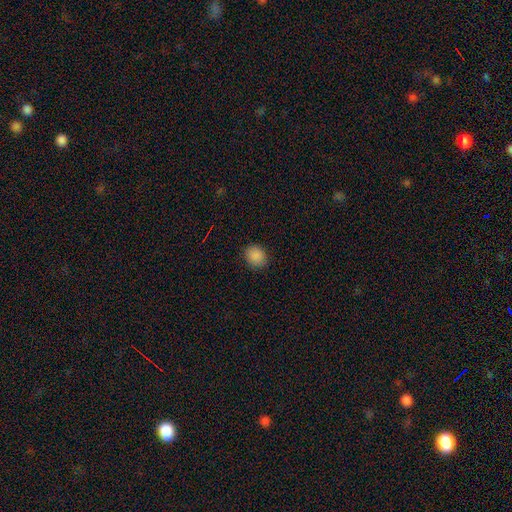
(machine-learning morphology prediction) Smooth or featured? Predicted: smooth (p=0.87). How rounded? Predicted: round (p=0.66). Merging? Predicted: none (p=0.88).